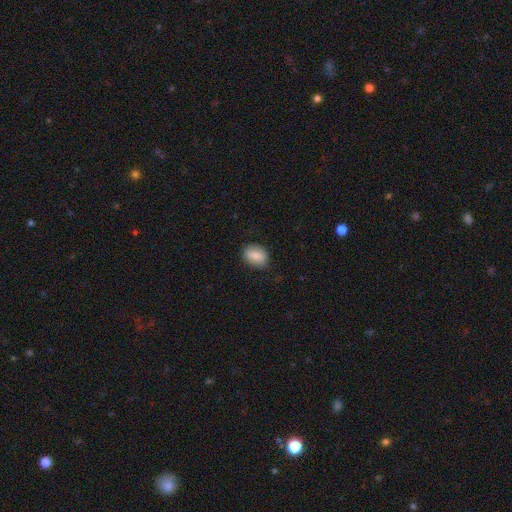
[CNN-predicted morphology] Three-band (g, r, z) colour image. It shows a smooth galaxy with no disk features (83%) that is in between round and cigar-shaped (69%). Merging: none (80%).